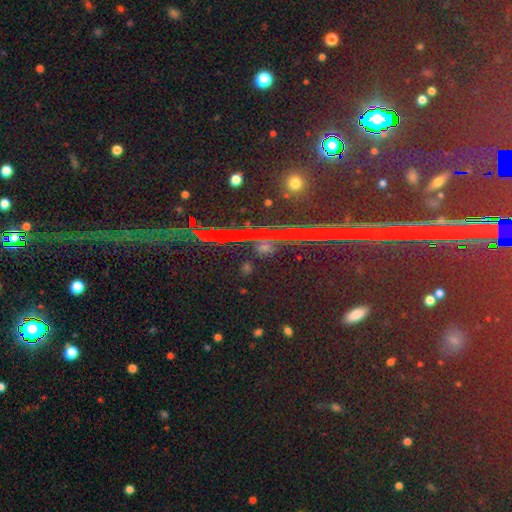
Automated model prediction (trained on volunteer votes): Q: Smooth or featured?
A: star or artifact (81%); runner-up: featured or disk (12%)